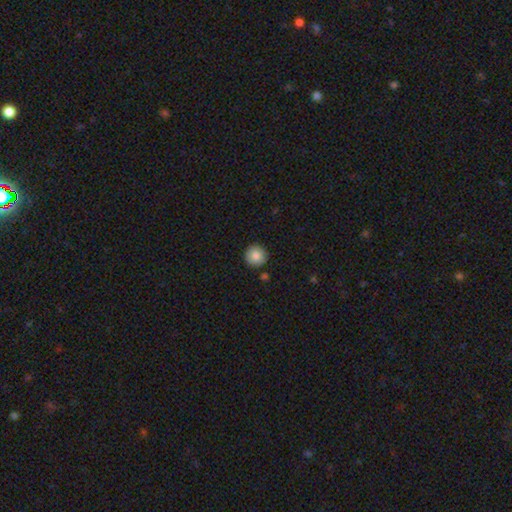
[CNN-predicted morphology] The model was most divided on "smooth or featured": smooth: 83%, featured or disk: 9%, star or artifact: 8%. More confident: how rounded — round (95%); merging — none (90%).